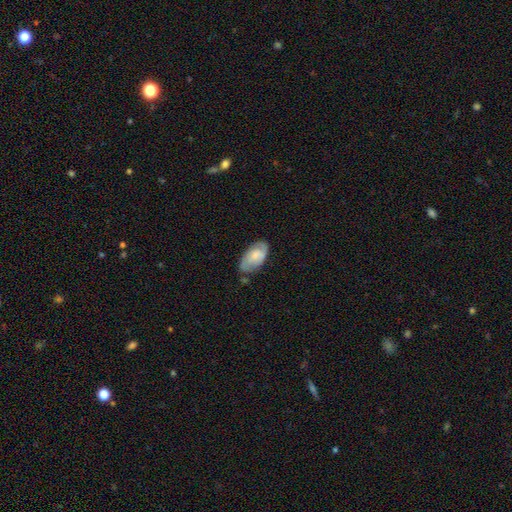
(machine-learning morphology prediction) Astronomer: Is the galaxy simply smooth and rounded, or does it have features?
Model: smooth — 51% (runner-up: featured or disk, 42%).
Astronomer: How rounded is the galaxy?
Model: in between — 94%.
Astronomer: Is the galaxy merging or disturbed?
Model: none — 65%.